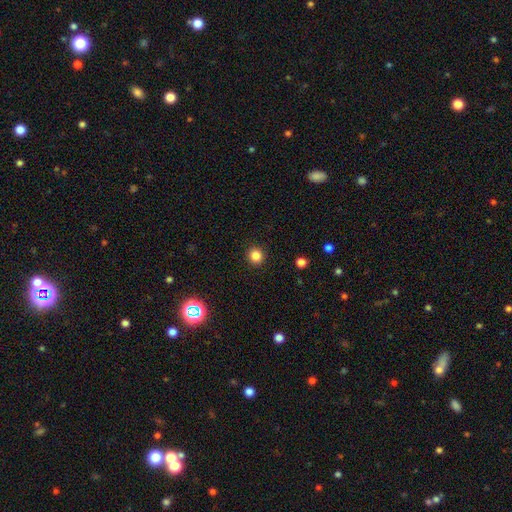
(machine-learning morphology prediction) This is clearly a smooth galaxy (83%). How rounded: clearly round (92%). Merging: clearly none (92%).